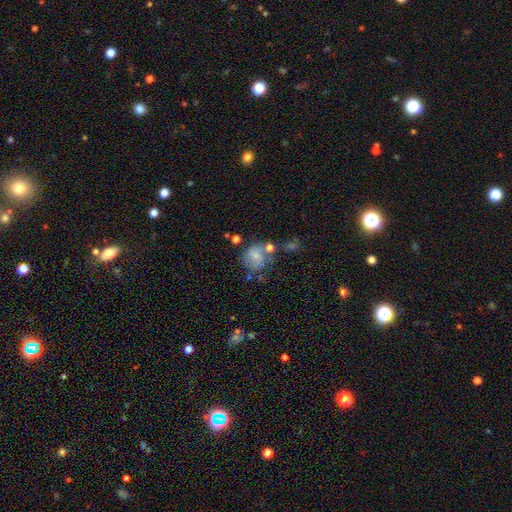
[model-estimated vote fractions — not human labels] Smooth or featured?
  - smooth: 59% *
  - featured or disk: 31%
  - star or artifact: 10%
How rounded?
  - round: 75% *
  - in between: 24%
  - cigar-shaped: 1%
Merging?
  - none: 44% *
  - merger: 22%
  - minor disturbance: 21%
  - major disturbance: 14%